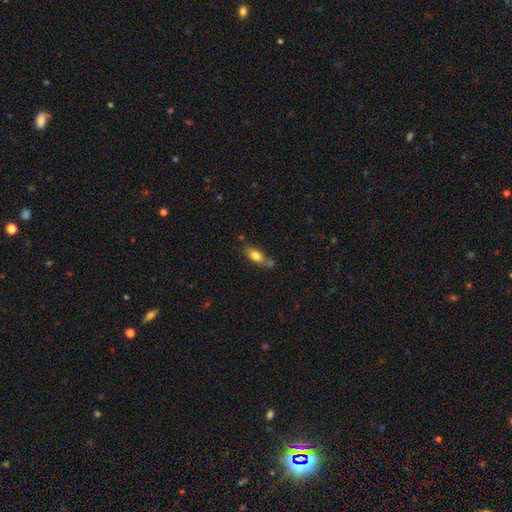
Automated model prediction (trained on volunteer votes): smooth 76%, featured or disk 16%, star or artifact 8%. Down the decision tree: how rounded — in between (80%); merging — none (54%).